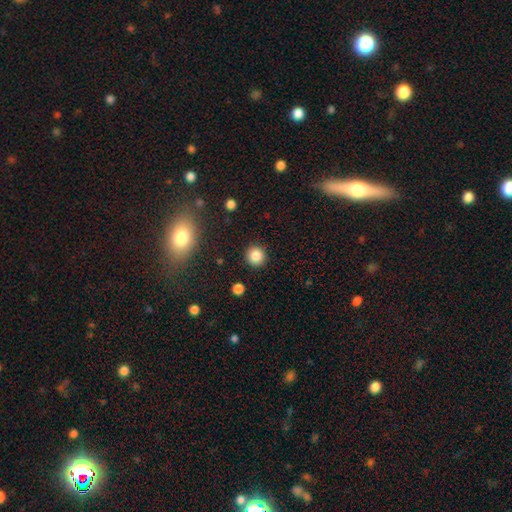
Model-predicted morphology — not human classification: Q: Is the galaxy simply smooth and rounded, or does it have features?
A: smooth — 85%.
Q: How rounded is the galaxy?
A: round — 94%.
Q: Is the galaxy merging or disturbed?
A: none — 91%.